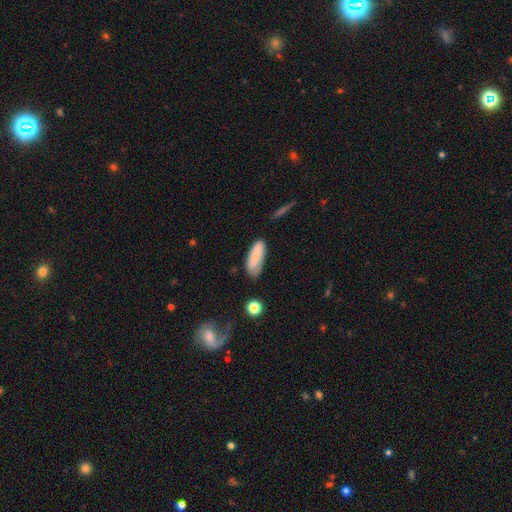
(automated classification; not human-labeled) This appears to be a smooth galaxy with no disk features (75%) that is in between round and cigar-shaped (71%). Merging: none (64%).